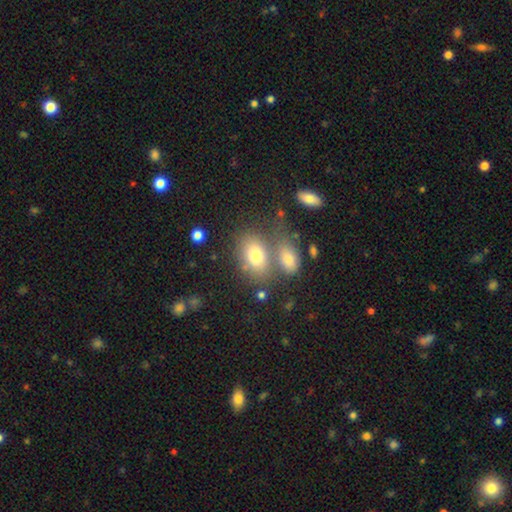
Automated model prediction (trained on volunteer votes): Smooth or featured: smooth — 77% (featured or disk — 13%)
How rounded: in between — 85% (round — 13%)
Merging: none — 50% (merger — 31%)